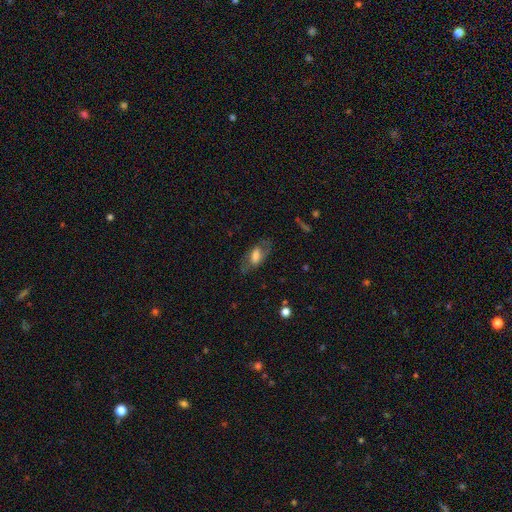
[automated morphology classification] This is possibly a smooth galaxy (49%). Merging: likely none (68%).